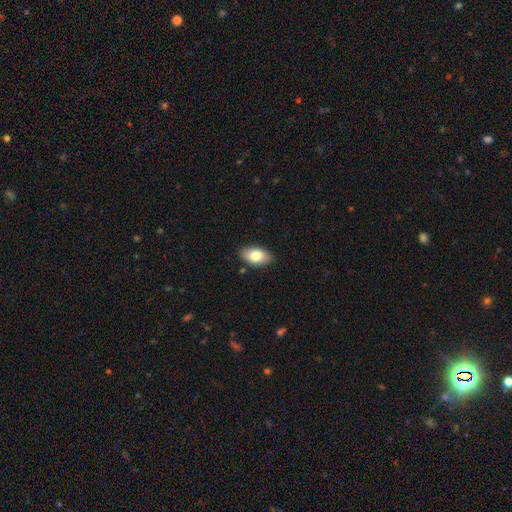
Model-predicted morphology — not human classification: smooth-or-featured: smooth: 78% | featured or disk: 15% | star or artifact: 7%
  how-rounded: in between: 93% | round: 4% | cigar-shaped: 2%
  merging: none: 85% | minor disturbance: 11% | major disturbance: 2% | merger: 1%